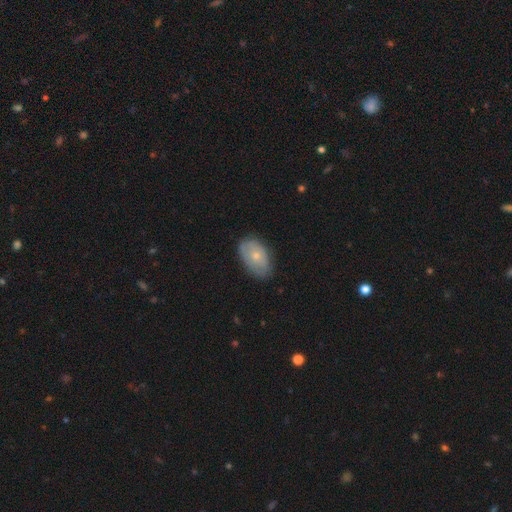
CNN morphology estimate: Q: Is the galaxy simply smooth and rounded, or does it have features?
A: smooth — 56%.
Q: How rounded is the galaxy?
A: in between — 90%.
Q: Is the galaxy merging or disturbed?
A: none — 73%.